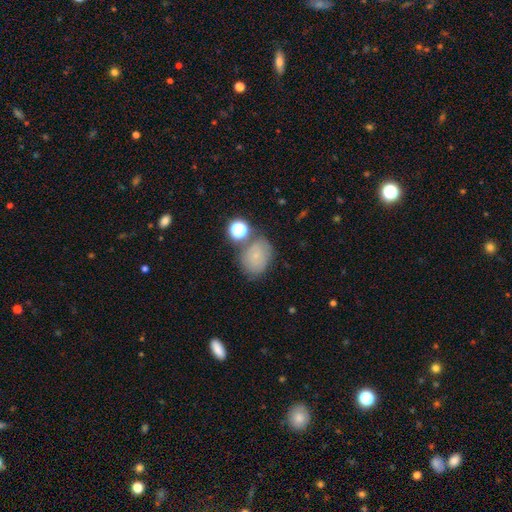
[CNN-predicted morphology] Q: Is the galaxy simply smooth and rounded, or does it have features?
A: smooth — 65%.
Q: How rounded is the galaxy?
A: round — 51%.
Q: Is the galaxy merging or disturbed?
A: none — 65%.